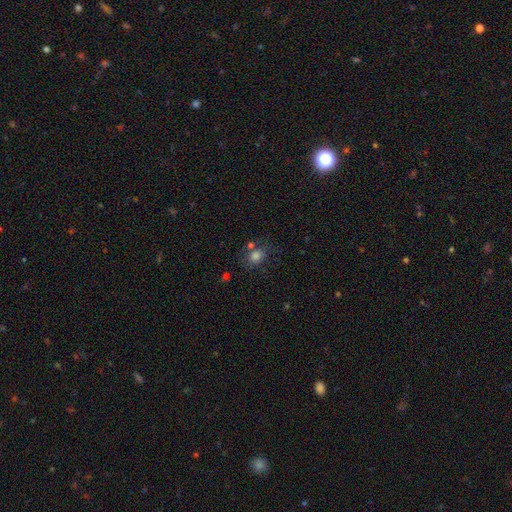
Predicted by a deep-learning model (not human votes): Smooth or featured? smooth (73%)
How rounded? in between (53%)
Merging? none (58%)